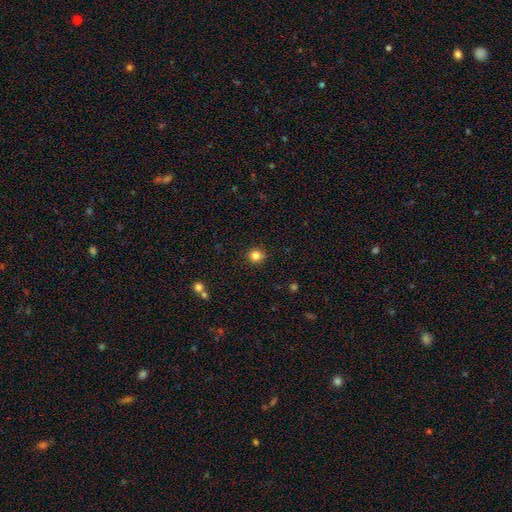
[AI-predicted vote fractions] Smooth or featured? smooth (83%)
How rounded? round (89%)
Merging? none (89%)